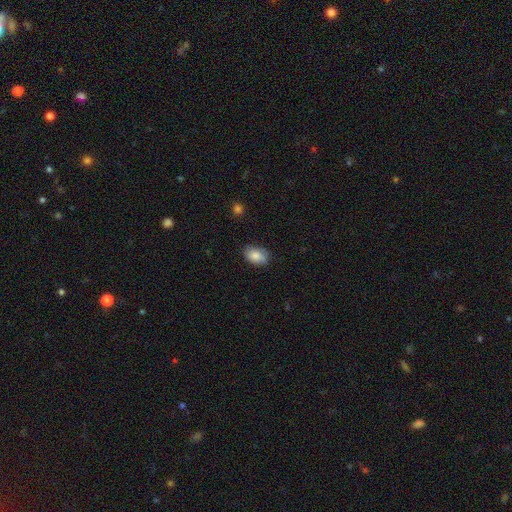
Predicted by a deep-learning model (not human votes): This appears to be a smooth galaxy with no disk features (86%) that is in between round and cigar-shaped (84%). Merging: none (77%).